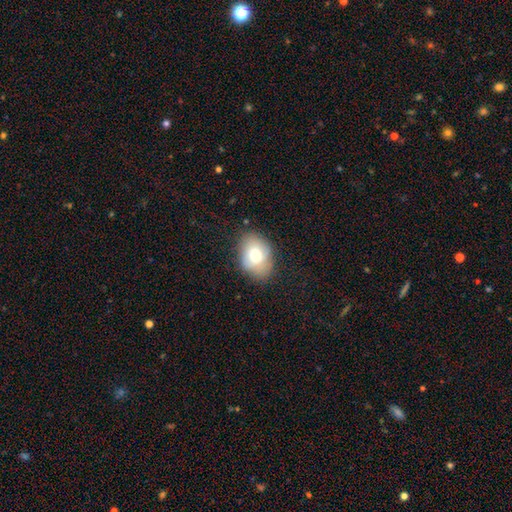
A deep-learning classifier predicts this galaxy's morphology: Smooth or featured: smooth — 70% (featured or disk — 20%)
How rounded: in between — 70% (round — 29%)
Merging: none — 73% (minor disturbance — 21%)